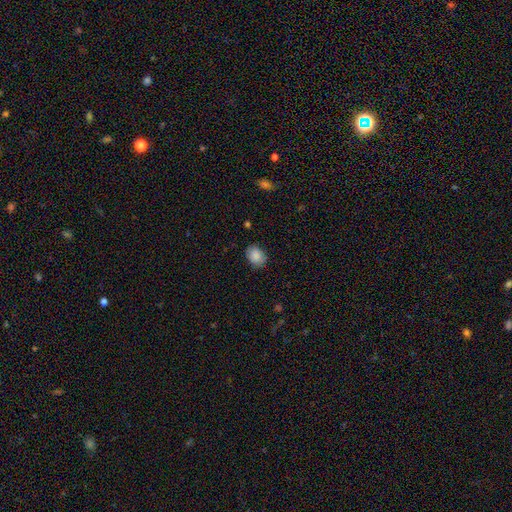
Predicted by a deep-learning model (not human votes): Smooth or featured?
  - smooth: 86% *
  - star or artifact: 8%
  - featured or disk: 6%
How rounded?
  - in between: 59% *
  - round: 40%
  - cigar-shaped: 1%
Merging?
  - none: 80% *
  - minor disturbance: 16%
  - major disturbance: 3%
  - merger: 1%